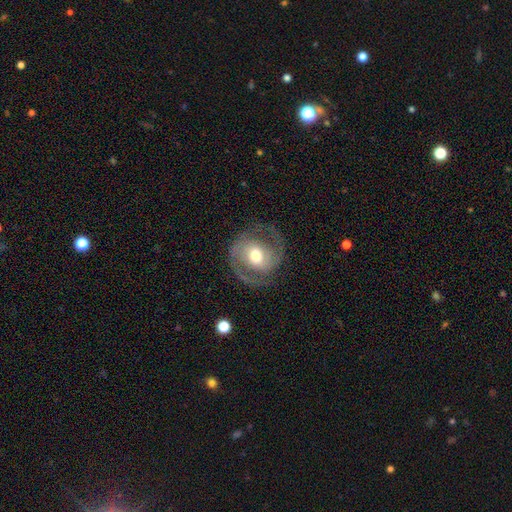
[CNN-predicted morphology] Q: Smooth or featured?
A: featured or disk (84%); runner-up: smooth (11%)
Q: Edge-on disk?
A: no (98%); runner-up: yes (2%)
Q: Bar?
A: no (44%); runner-up: weak (40%)
Q: Spiral arms?
A: yes (93%); runner-up: no (7%)
Q: Spiral winding?
A: medium (53%); runner-up: tight (31%)
Q: Spiral arm count?
A: 2 (90%); runner-up: can't tell (4%)
Q: Bulge size?
A: moderate (70%); runner-up: small (16%)
Q: Merging?
A: none (78%); runner-up: minor disturbance (13%)